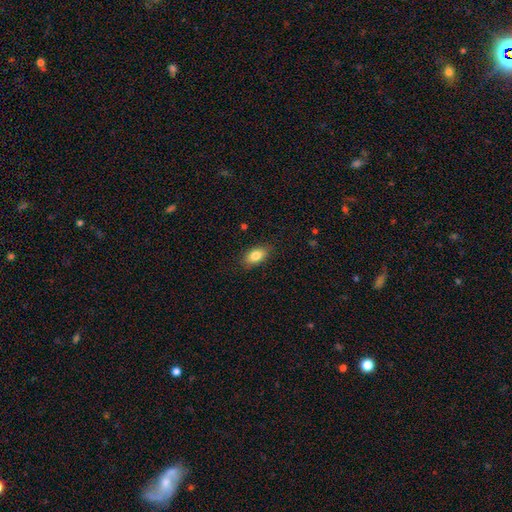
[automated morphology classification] smooth 85%, featured or disk 8%, star or artifact 7%. Down the decision tree: how rounded — in between (90%); merging — none (86%).